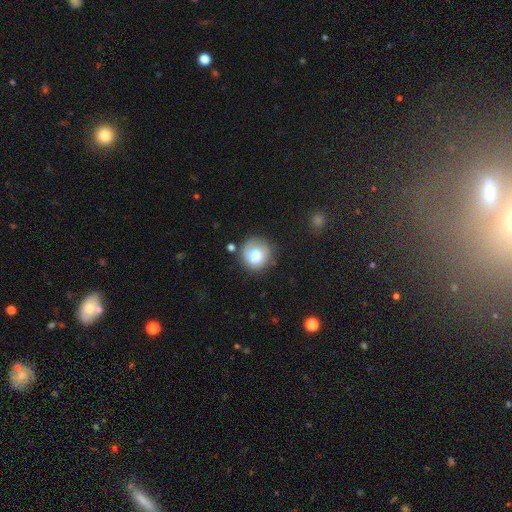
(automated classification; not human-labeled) Overall: smooth (73%). How rounded: round (90%). Merging: none (71%).